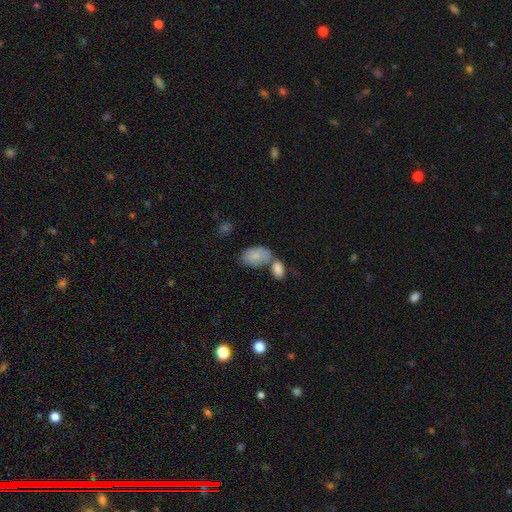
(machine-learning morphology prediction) Q: Smooth or featured?
A: smooth (81%); runner-up: featured or disk (12%)
Q: How rounded?
A: in between (93%); runner-up: round (6%)
Q: Merging?
A: merger (45%); runner-up: none (34%)